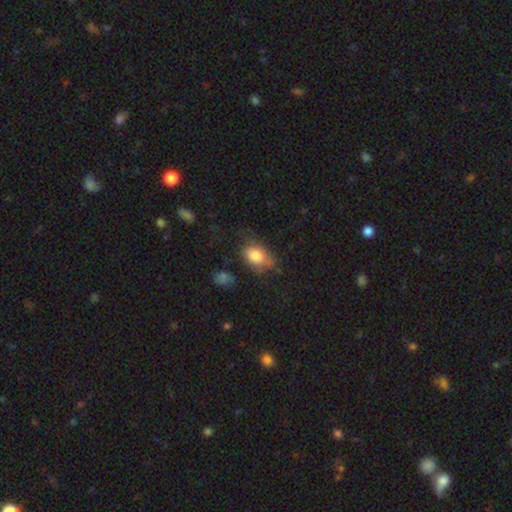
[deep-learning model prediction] Smooth or featured?
  - smooth: 78% *
  - featured or disk: 15%
  - star or artifact: 8%
How rounded?
  - in between: 83% *
  - round: 16%
  - cigar-shaped: 2%
Merging?
  - none: 51% *
  - minor disturbance: 29%
  - major disturbance: 17%
  - merger: 4%